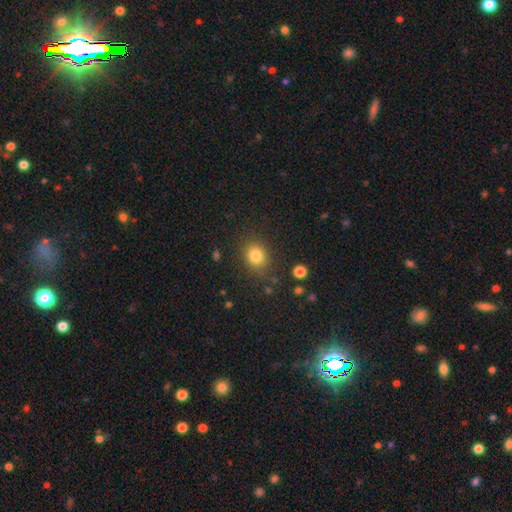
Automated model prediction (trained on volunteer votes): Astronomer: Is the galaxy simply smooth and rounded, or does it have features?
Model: smooth — 82%.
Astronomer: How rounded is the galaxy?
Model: round — 65%.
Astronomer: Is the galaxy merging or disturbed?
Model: none — 80%.